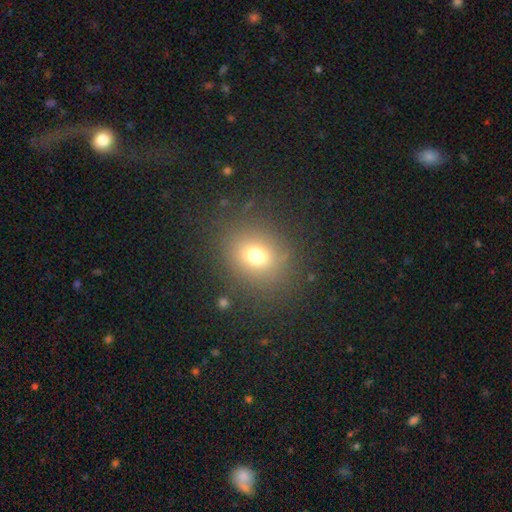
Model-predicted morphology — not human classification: smooth-or-featured: smooth: 69% | star or artifact: 19% | featured or disk: 12%
  how-rounded: round: 67% | in between: 32% | cigar-shaped: 1%
  merging: none: 83% | minor disturbance: 10% | major disturbance: 6% | merger: 2%